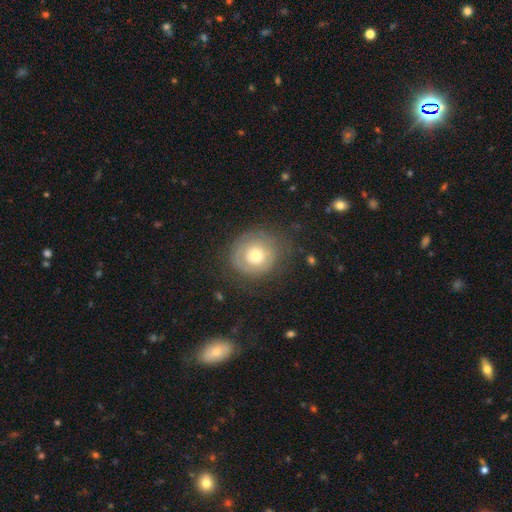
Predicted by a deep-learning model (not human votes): A smooth galaxy with no disk features (48%). Merging: none (70%).